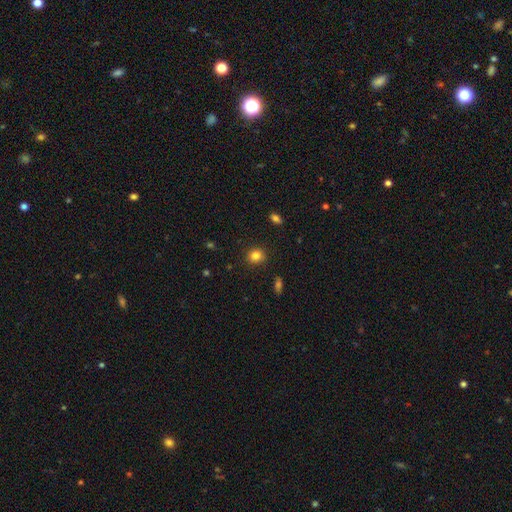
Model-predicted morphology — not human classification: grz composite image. It shows a smooth galaxy with no disk features (83%) that is round (81%). Merging: none (88%).